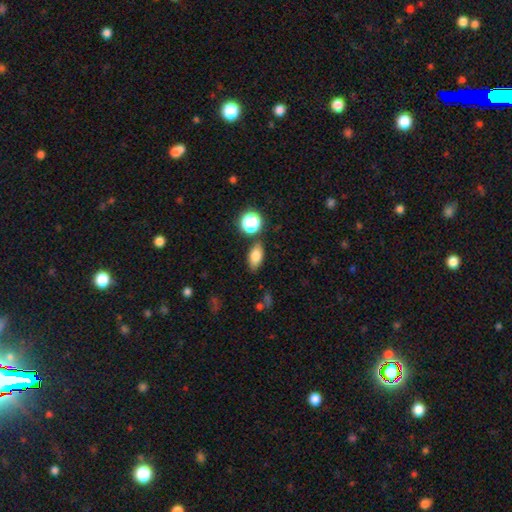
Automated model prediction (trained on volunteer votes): Q: Smooth or featured?
A: smooth (79%); runner-up: star or artifact (11%)
Q: How rounded?
A: in between (84%); runner-up: round (11%)
Q: Merging?
A: none (81%); runner-up: minor disturbance (11%)